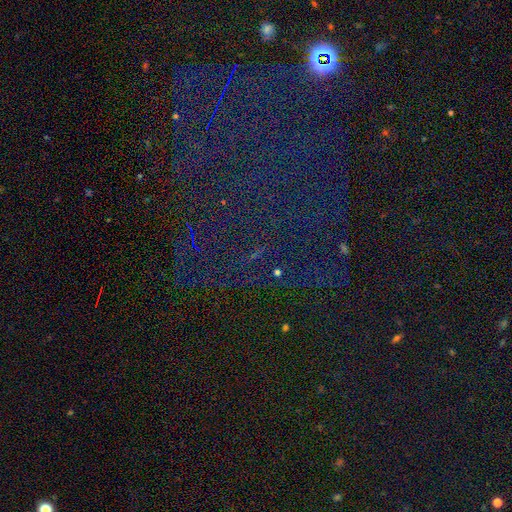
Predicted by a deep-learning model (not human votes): Morphology: type=star or artifact (79%).